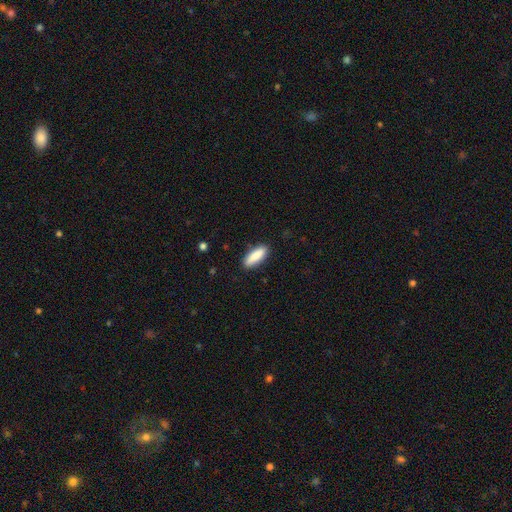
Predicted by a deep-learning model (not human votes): A smooth galaxy with no disk features (87%) that is in between round and cigar-shaped (61%). Merging: none (87%).